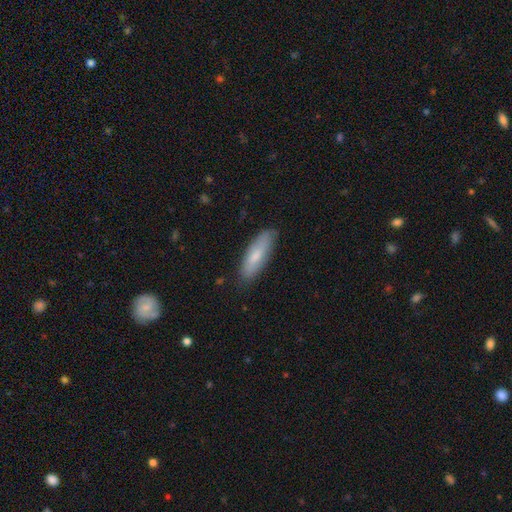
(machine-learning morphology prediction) type=smooth (73%); roundness=in between (51%); merging=none (83%).